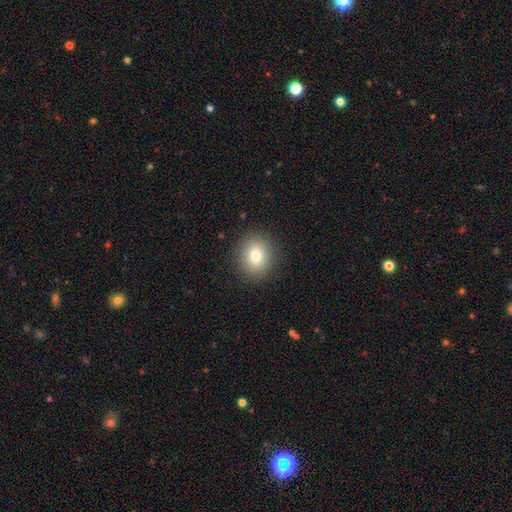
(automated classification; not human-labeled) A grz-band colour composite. It shows a smooth galaxy with no disk features (79%) that is round (69%). Merging: none (90%).